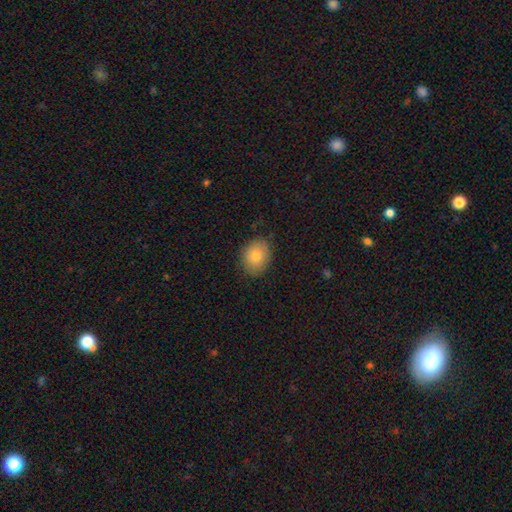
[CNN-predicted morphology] Smooth or featured?
  - smooth: 81% *
  - featured or disk: 10%
  - star or artifact: 9%
How rounded?
  - in between: 58% *
  - round: 41%
  - cigar-shaped: 1%
Merging?
  - none: 85% *
  - minor disturbance: 12%
  - major disturbance: 2%
  - merger: 1%